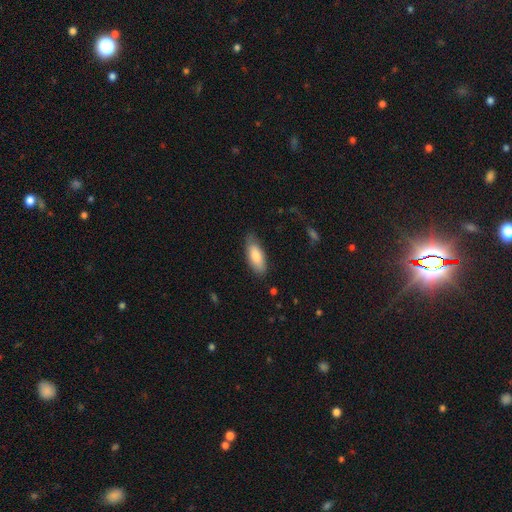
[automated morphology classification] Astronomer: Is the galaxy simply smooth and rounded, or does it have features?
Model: smooth — 81%.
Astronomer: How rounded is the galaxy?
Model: in between — 78%.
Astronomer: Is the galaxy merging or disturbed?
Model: none — 76%.